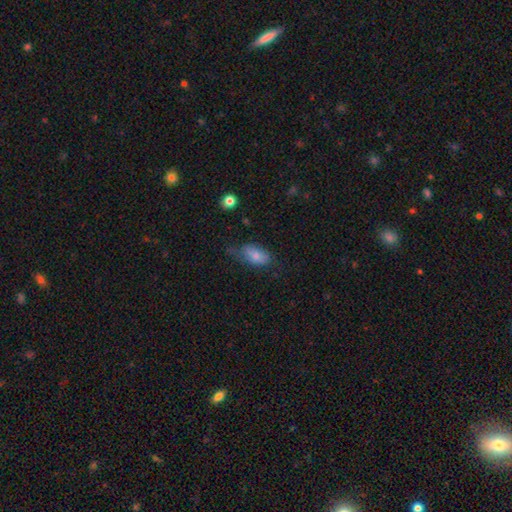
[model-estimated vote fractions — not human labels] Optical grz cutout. It shows a smooth galaxy with no disk features (78%) that is in between round and cigar-shaped (91%). Merging: none (42%).